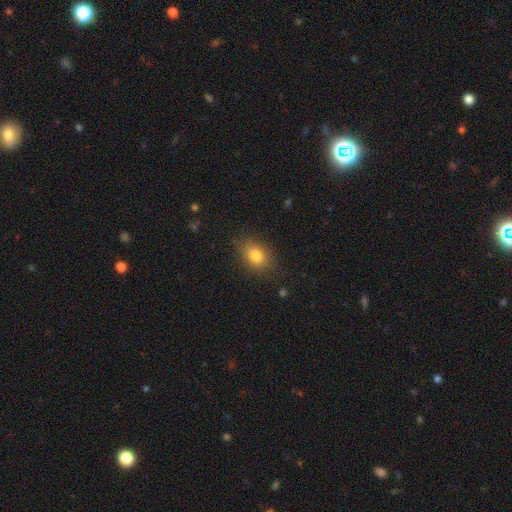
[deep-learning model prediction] A smooth galaxy with no disk features (82%) that is in between round and cigar-shaped (74%).

Vote fractions:
- Smooth or featured? smooth: 82% / star or artifact: 10% / featured or disk: 8%
- How rounded? in between: 74% / round: 25% / cigar-shaped: 2%
- Merging? none: 81% / minor disturbance: 14% / major disturbance: 4% / merger: 1%